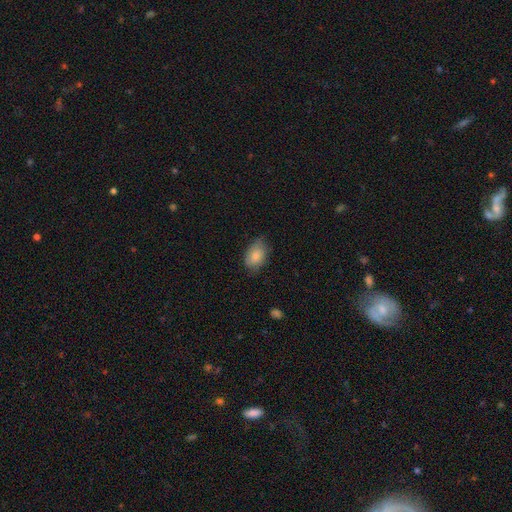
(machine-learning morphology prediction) Smooth or featured?
  - smooth: 79% *
  - featured or disk: 14%
  - star or artifact: 7%
How rounded?
  - in between: 88% *
  - round: 11%
  - cigar-shaped: 1%
Merging?
  - none: 68% *
  - minor disturbance: 26%
  - major disturbance: 5%
  - merger: 1%